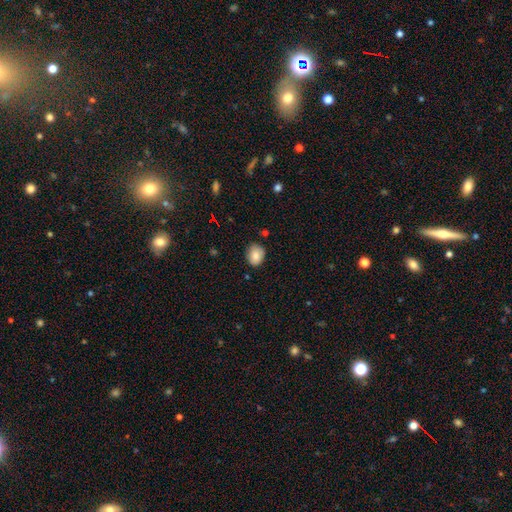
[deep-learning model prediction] Smooth or featured? smooth (82%)
How rounded? round (52%)
Merging? none (78%)